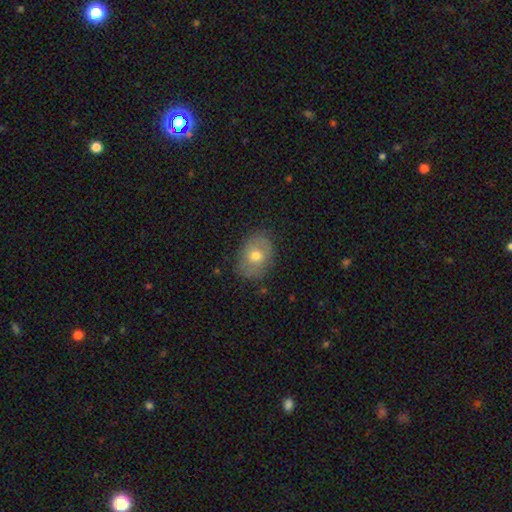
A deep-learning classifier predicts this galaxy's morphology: The model was most divided on "how rounded": in between: 67%, round: 32%, cigar-shaped: 1%. More confident: merging — none (77%); smooth or featured — smooth (66%).